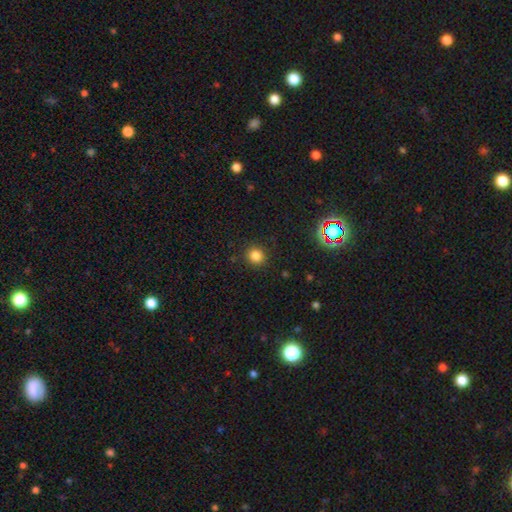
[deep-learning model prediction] This appears to be a smooth galaxy with no disk features (82%) that is round (89%). Merging: none (89%).